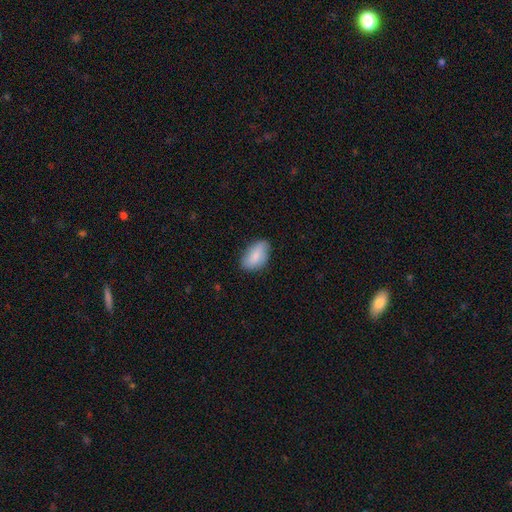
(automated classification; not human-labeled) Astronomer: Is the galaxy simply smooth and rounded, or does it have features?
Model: smooth — 79%.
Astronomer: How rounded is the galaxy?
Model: in between — 93%.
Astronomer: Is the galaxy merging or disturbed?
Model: none — 72%.